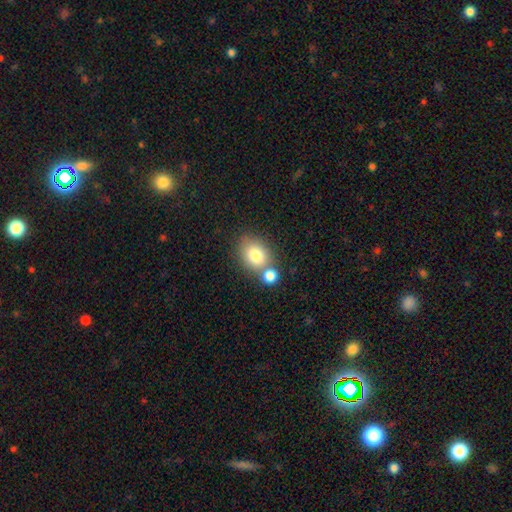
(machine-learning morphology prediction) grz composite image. It shows a smooth galaxy with no disk features (79%) that is round (50%). Merging: none (50%).